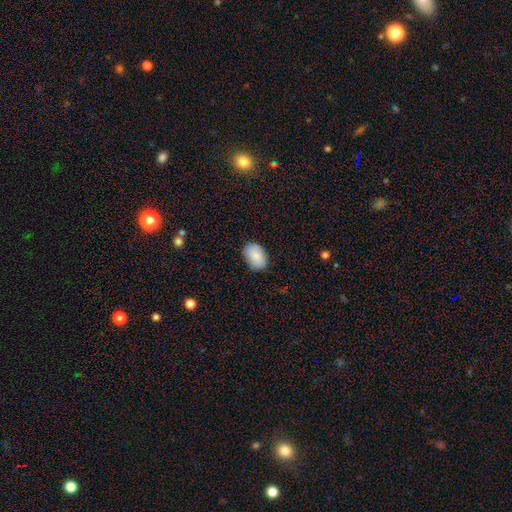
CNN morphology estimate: Smooth or featured: smooth — 84% (featured or disk — 10%)
How rounded: in between — 87% (round — 12%)
Merging: none — 83% (minor disturbance — 13%)